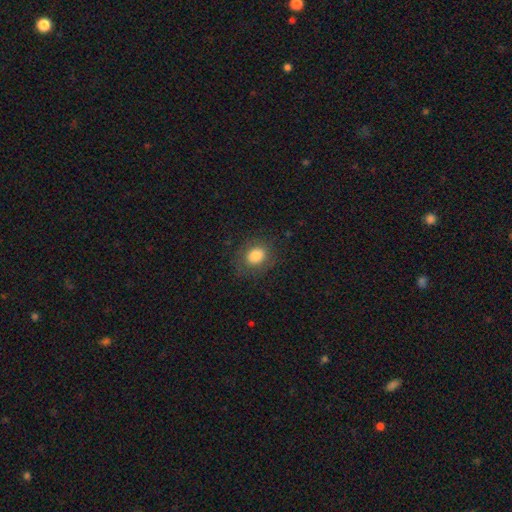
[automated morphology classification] A smooth galaxy with no disk features (79%) that is round (54%). Merging: none (80%).